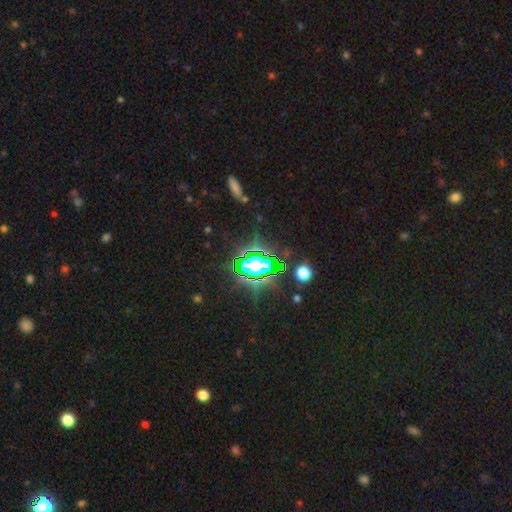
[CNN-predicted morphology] Smooth or featured?
  - star or artifact: 78% *
  - smooth: 12%
  - featured or disk: 9%